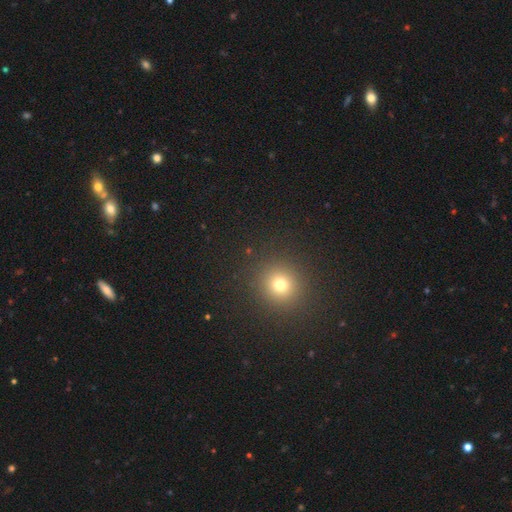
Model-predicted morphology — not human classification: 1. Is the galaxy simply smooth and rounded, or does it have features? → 62% smooth, 32% star or artifact, 6% featured or disk.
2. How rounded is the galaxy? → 93% round, 6% in between, 1% cigar-shaped.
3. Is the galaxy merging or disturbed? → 93% none, 4% minor disturbance, 2% major disturbance, 1% merger.